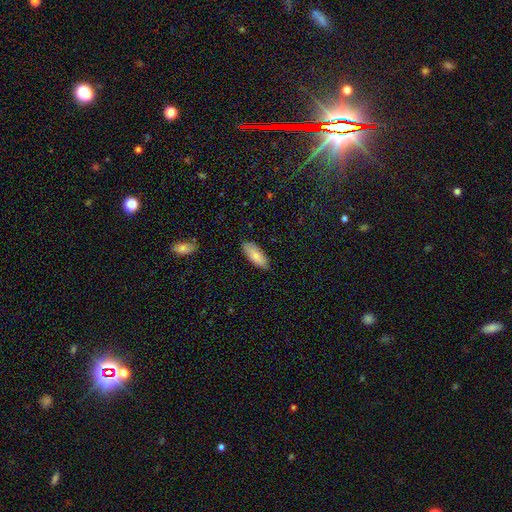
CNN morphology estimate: Smooth or featured: smooth — 85% (featured or disk — 10%)
How rounded: in between — 77% (cigar-shaped — 21%)
Merging: none — 85% (minor disturbance — 12%)